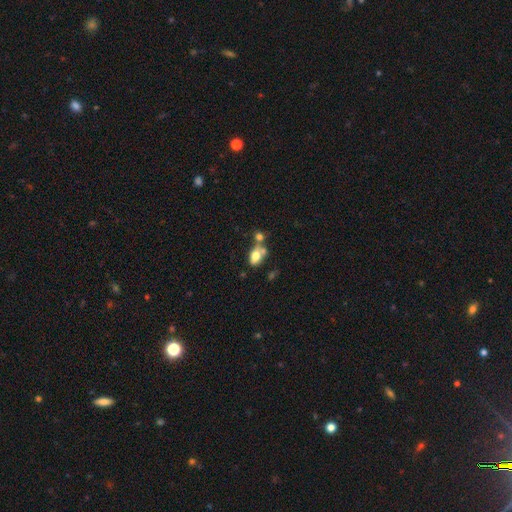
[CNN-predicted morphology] Smooth or featured? smooth (69%)
How rounded? in between (80%)
Merging? merger (43%)